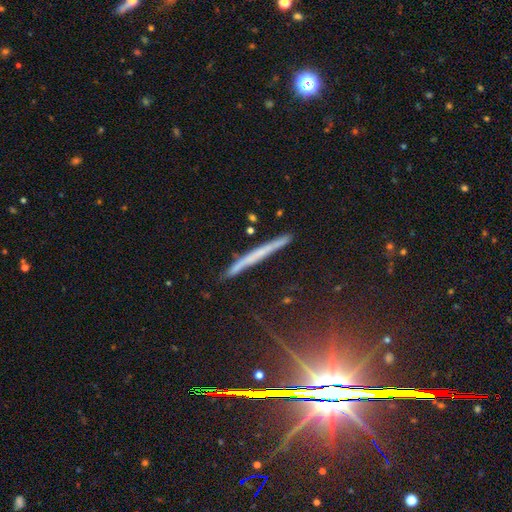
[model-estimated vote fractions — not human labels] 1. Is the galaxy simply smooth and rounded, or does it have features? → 47% featured or disk, 39% smooth, 14% star or artifact.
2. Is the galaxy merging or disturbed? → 85% none, 11% minor disturbance, 2% major disturbance, 2% merger.